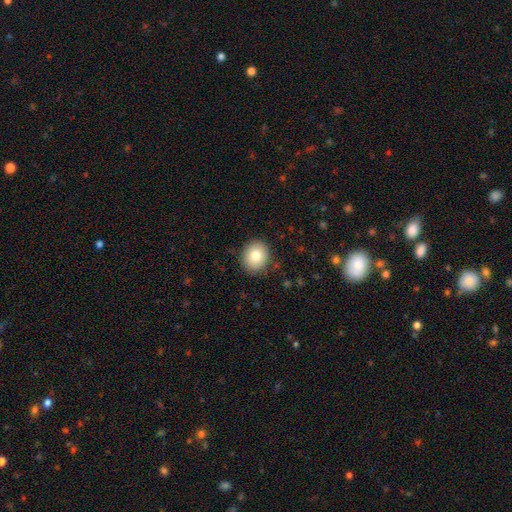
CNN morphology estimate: Smooth or featured? smooth (81%)
How rounded? round (72%)
Merging? none (88%)